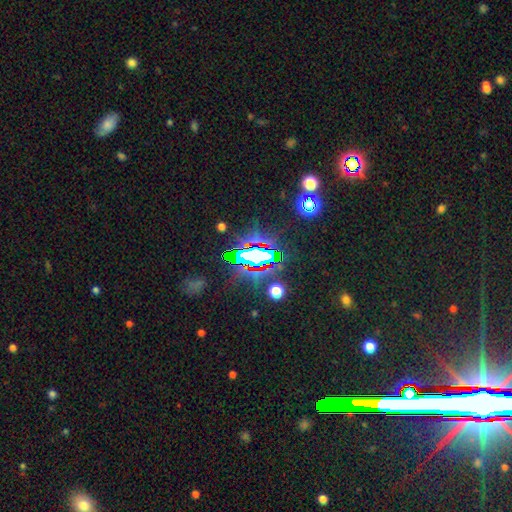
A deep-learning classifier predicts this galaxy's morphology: Q: Smooth or featured?
A: star or artifact (70%); runner-up: smooth (17%)